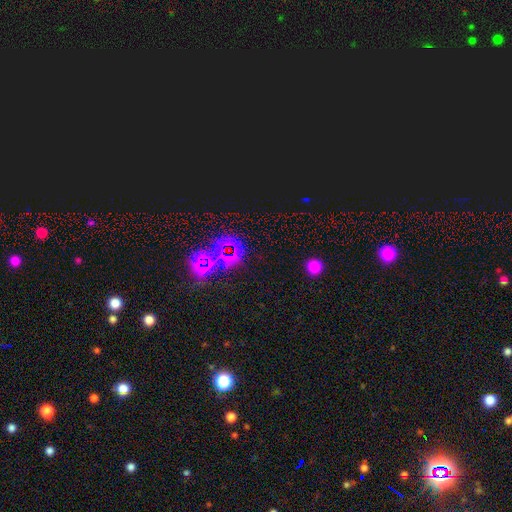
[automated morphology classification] A star or artifact, not a galaxy (72%).

Vote fractions:
- Smooth or featured? star or artifact: 72% / smooth: 19% / featured or disk: 8%